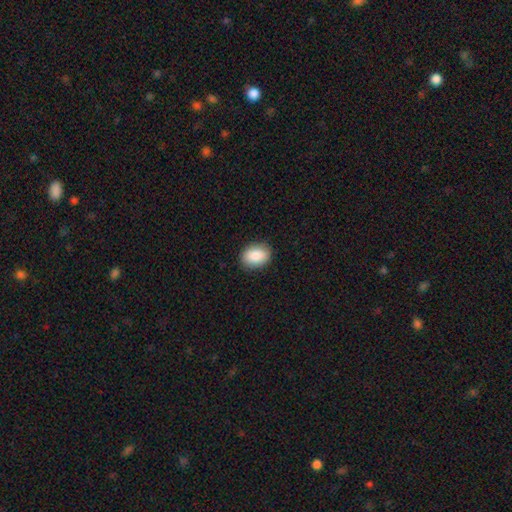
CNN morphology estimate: Smooth or featured?
  - smooth: 87% *
  - star or artifact: 7%
  - featured or disk: 6%
How rounded?
  - in between: 71% *
  - round: 28%
  - cigar-shaped: 1%
Merging?
  - none: 88% *
  - minor disturbance: 9%
  - major disturbance: 2%
  - merger: 1%